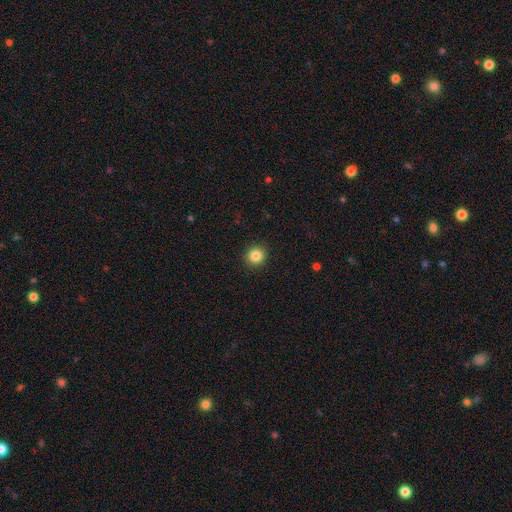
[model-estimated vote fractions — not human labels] The model was most divided on "smooth or featured": smooth: 85%, star or artifact: 11%, featured or disk: 5%. More confident: how rounded — round (93%); merging — none (93%).